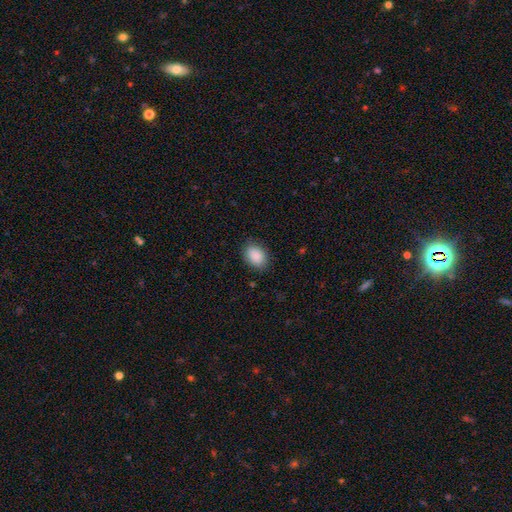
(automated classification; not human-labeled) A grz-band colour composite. It shows a smooth galaxy with no disk features (90%) that is in between round and cigar-shaped (77%). Merging: none (85%).